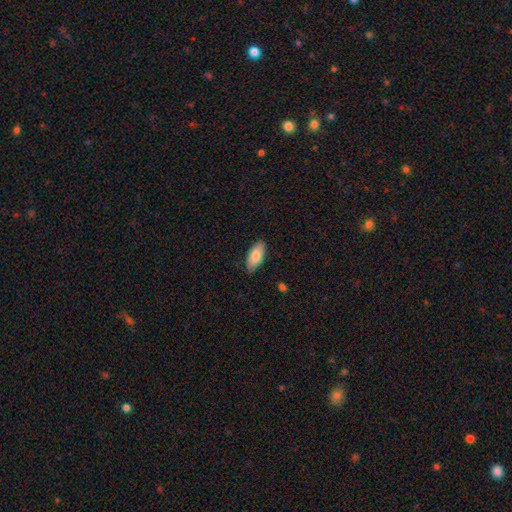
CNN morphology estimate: Smooth or featured? Predicted: smooth (p=0.84). How rounded? Predicted: in between (p=0.89). Merging? Predicted: none (p=0.83).